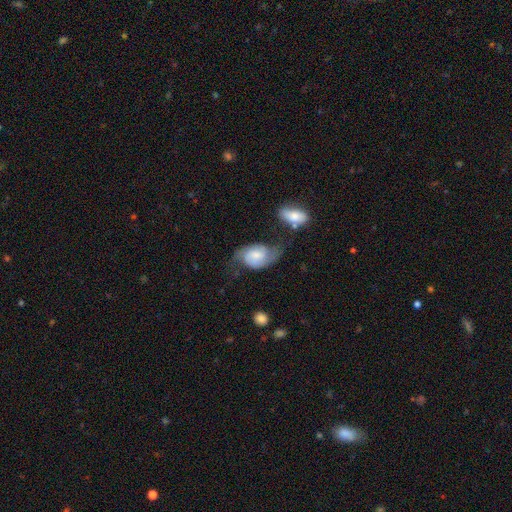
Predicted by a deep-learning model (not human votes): featured or disk 61%, smooth 32%, star or artifact 7%. Down the decision tree: edge-on disk — no (97%); bar — no (56%); spiral arms — yes (91%); spiral arm count — 2 (86%); spiral winding — medium (46%); bulge size — small (40%); merging — none (40%).